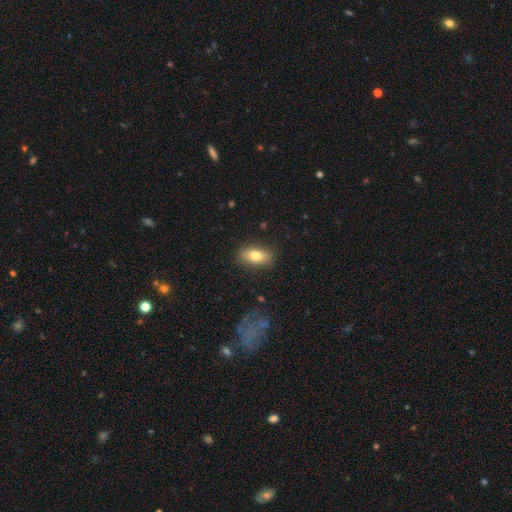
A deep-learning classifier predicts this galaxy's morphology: A smooth galaxy with no disk features (77%) that is in between round and cigar-shaped (87%).

Vote fractions:
- Smooth or featured? smooth: 77% / featured or disk: 15% / star or artifact: 8%
- How rounded? in between: 87% / round: 7% / cigar-shaped: 6%
- Merging? none: 87% / minor disturbance: 10% / major disturbance: 3% / merger: 1%